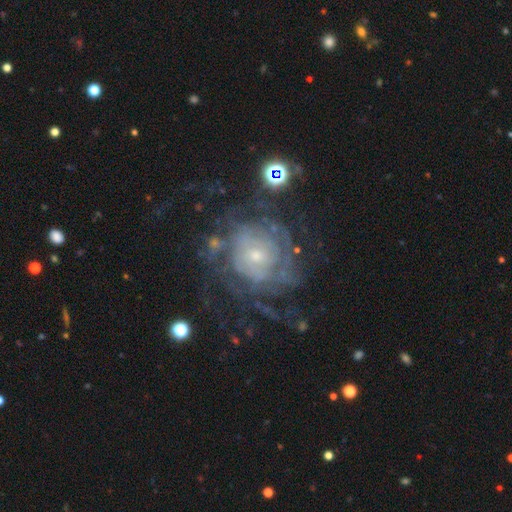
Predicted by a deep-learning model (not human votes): A featured or disk galaxy (79%) with no bar (73%), tight (69%) spiral arms (83%) and a small central bulge (68%). Merging: none (64%).